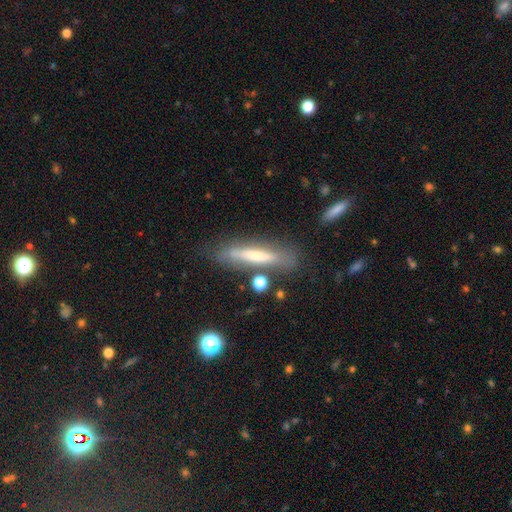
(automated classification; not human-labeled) smooth-or-featured: smooth: 46% (tied) | featured or disk: 46% (tied) | star or artifact: 8%
  merging: none: 71% | minor disturbance: 17% | major disturbance: 6% | merger: 6%